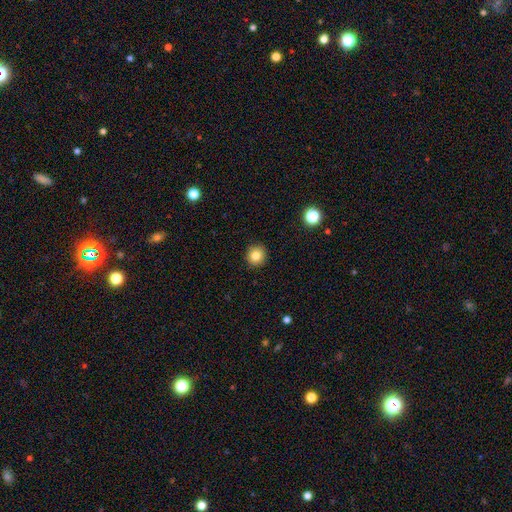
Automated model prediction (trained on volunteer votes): Smooth or featured? Predicted: smooth (p=0.82). How rounded? Predicted: round (p=0.92). Merging? Predicted: none (p=0.92).